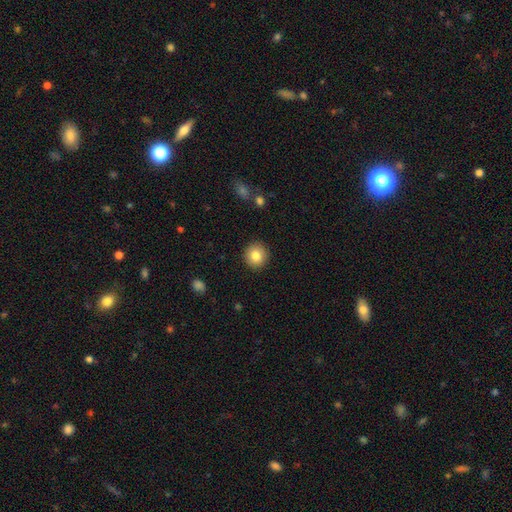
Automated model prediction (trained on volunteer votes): A smooth galaxy with no disk features (83%) that is round (91%).

Vote fractions:
- Smooth or featured? smooth: 83% / star or artifact: 9% / featured or disk: 8%
- How rounded? round: 91% / in between: 8% / cigar-shaped: 1%
- Merging? none: 91% / minor disturbance: 6% / major disturbance: 2% / merger: 1%